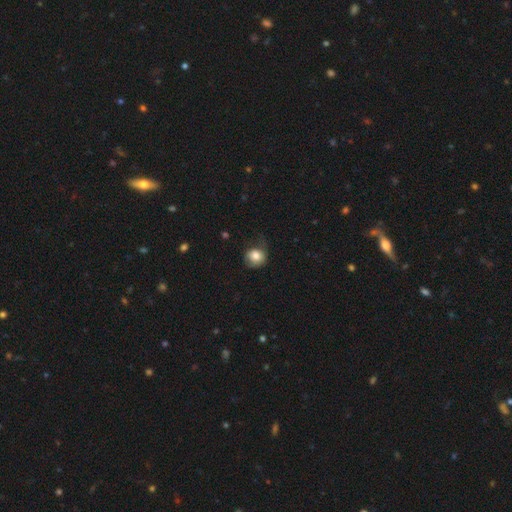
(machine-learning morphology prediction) Smooth or featured? smooth (78%)
How rounded? round (76%)
Merging? none (48%)